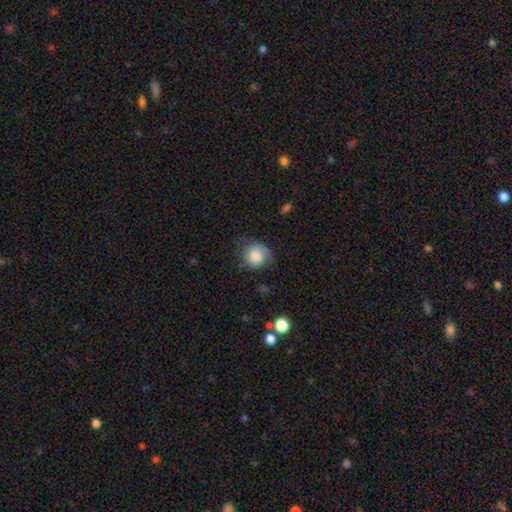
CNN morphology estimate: Overall: smooth (74%). How rounded: round (79%). Merging: none (52%; minor disturbance 30%).